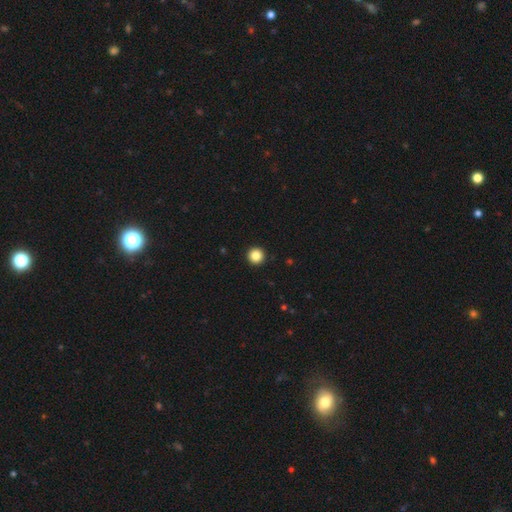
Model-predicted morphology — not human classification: Smooth or featured?
  - smooth: 86% *
  - star or artifact: 10%
  - featured or disk: 4%
How rounded?
  - round: 97% *
  - in between: 2%
  - cigar-shaped: 1%
Merging?
  - none: 94% *
  - minor disturbance: 4%
  - major disturbance: 1%
  - merger: 1%